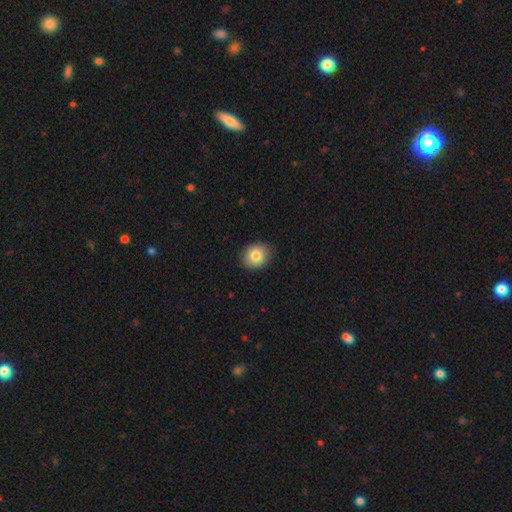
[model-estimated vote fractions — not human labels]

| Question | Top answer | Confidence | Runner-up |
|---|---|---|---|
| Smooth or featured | smooth | 82% | featured or disk (9%) |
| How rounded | round | 68% | in between (32%) |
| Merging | none | 88% | minor disturbance (9%) |